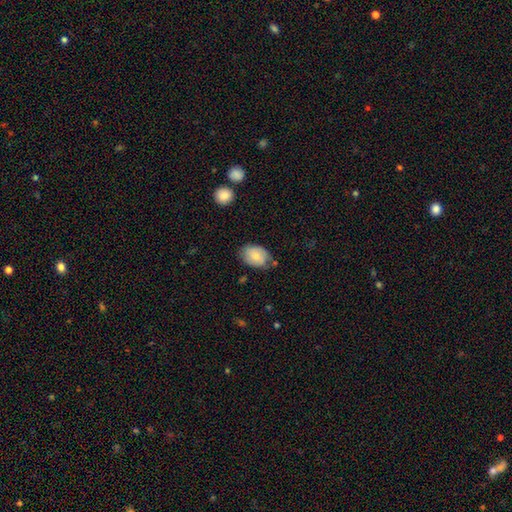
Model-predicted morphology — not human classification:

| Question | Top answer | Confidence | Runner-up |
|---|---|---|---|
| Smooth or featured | smooth | 74% | featured or disk (19%) |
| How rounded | in between | 79% | round (20%) |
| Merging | none | 66% | minor disturbance (25%) |